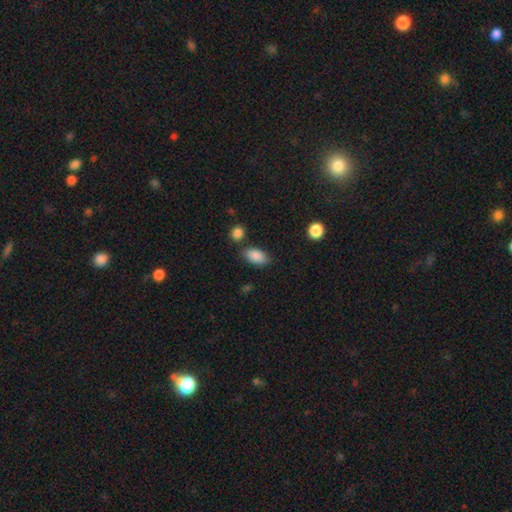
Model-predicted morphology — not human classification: Smooth or featured?
  - smooth: 88% *
  - star or artifact: 7%
  - featured or disk: 5%
How rounded?
  - in between: 92% *
  - round: 4%
  - cigar-shaped: 3%
Merging?
  - none: 75% *
  - minor disturbance: 14%
  - merger: 7%
  - major disturbance: 4%